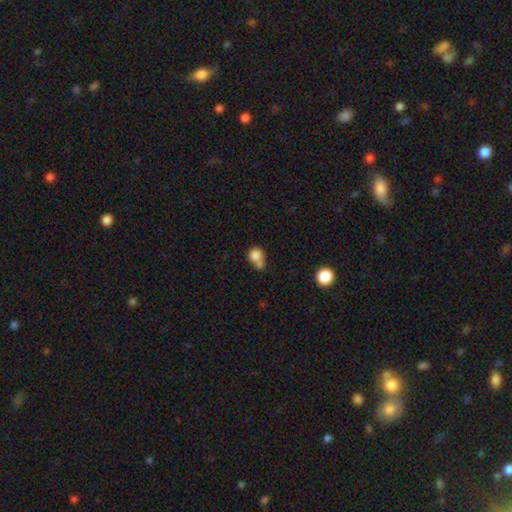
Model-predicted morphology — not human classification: Smooth or featured? smooth (80%)
How rounded? round (77%)
Merging? merger (48%)